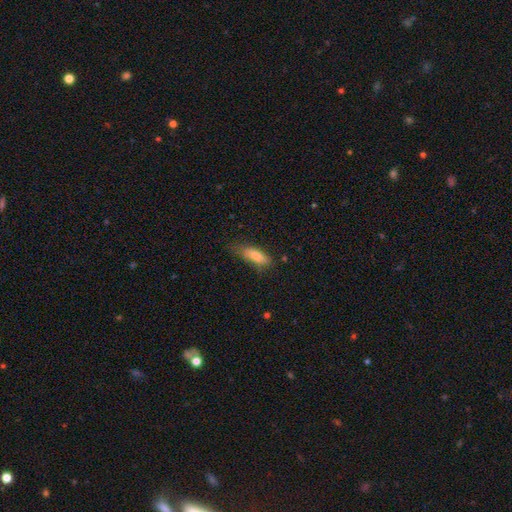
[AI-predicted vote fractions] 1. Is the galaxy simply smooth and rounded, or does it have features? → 75% smooth, 18% featured or disk, 7% star or artifact.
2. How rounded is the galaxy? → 58% in between, 40% cigar-shaped, 2% round.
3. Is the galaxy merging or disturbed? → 60% none, 29% minor disturbance, 8% major disturbance, 2% merger.